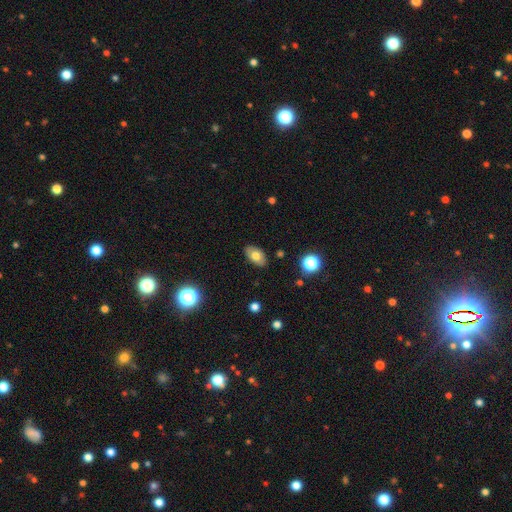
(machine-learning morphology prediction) smooth_or_featured: smooth (p=0.69) [alt: featured or disk p=0.22]
how_rounded: in between (p=0.91) [alt: round p=0.07]
merging: none (p=0.85) [alt: minor disturbance p=0.11]